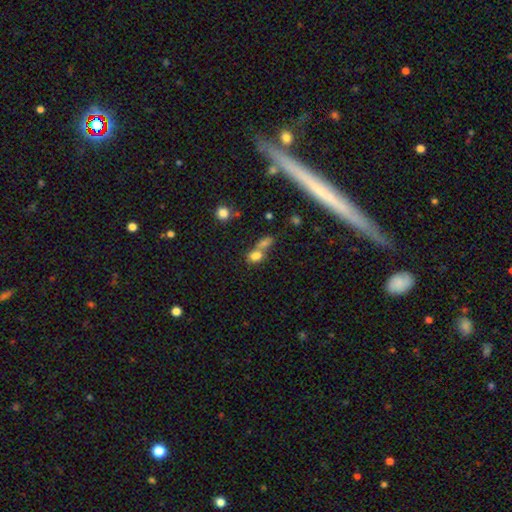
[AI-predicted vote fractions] The model was most divided on "how rounded": in between: 59%, round: 38%, cigar-shaped: 4%. More confident: smooth or featured — smooth (75%); merging — merger (60%).